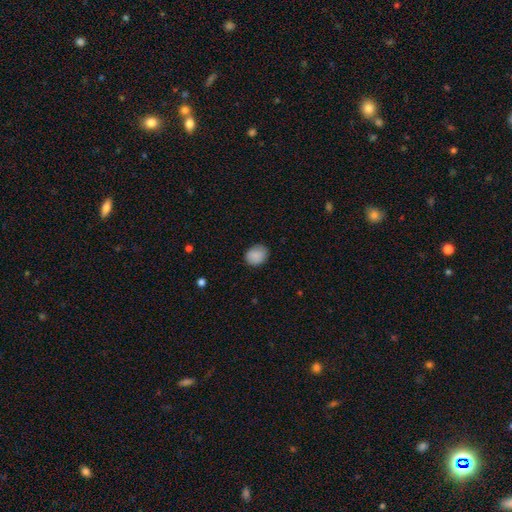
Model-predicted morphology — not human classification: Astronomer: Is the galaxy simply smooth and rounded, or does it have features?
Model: smooth — 89%.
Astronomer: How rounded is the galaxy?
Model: round — 53% (runner-up: in between, 46%).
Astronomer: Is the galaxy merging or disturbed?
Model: none — 81%.